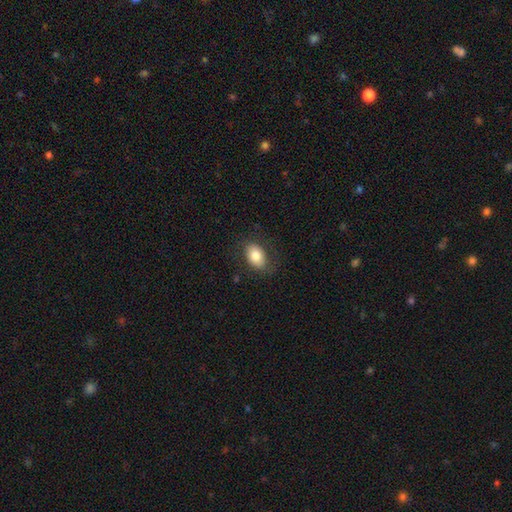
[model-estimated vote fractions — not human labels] This appears to be a smooth galaxy with no disk features (80%) that is in between round and cigar-shaped (84%). Merging: none (80%).